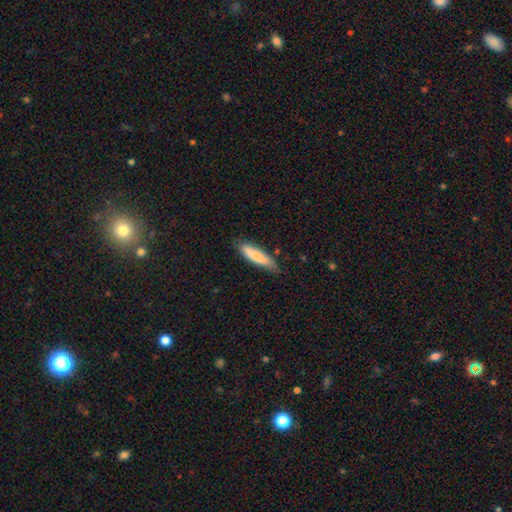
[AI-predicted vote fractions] The model was most divided on "how rounded": cigar-shaped: 75%, in between: 24%, round: 1%. More confident: smooth or featured — smooth (79%); merging — none (77%).